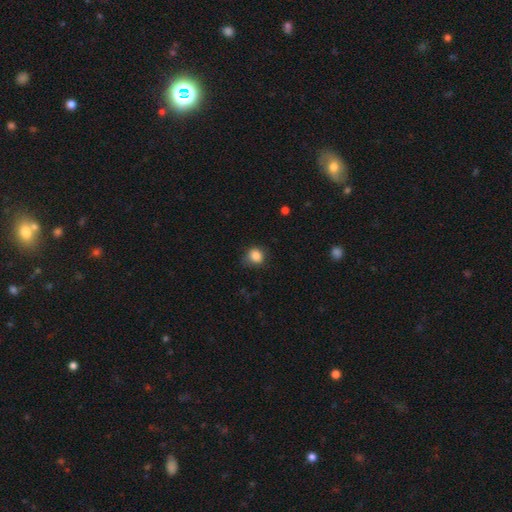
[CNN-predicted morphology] smooth_or_featured: smooth (p=0.85) [alt: star or artifact p=0.10]
how_rounded: round (p=0.84) [alt: in between p=0.15]
merging: none (p=0.75) [alt: minor disturbance p=0.20]